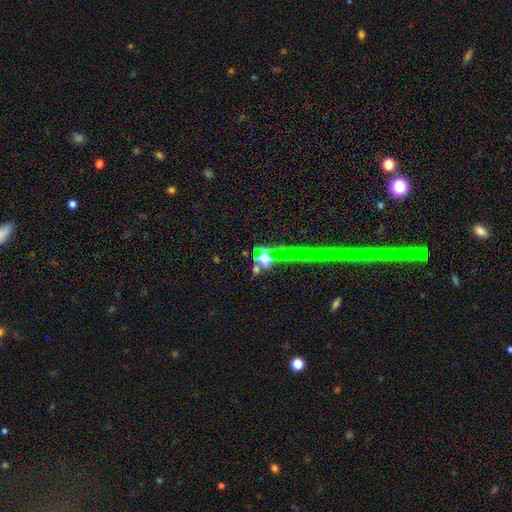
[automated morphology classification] type=star or artifact (59%).